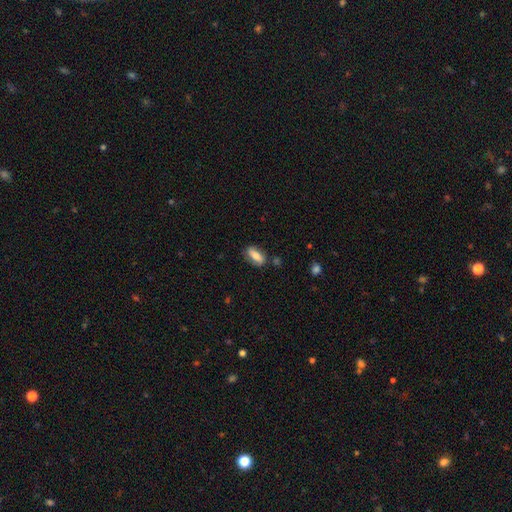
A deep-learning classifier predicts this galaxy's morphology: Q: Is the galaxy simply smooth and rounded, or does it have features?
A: smooth — 67%.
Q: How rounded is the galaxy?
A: in between — 79%.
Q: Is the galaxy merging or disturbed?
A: none — 76%.